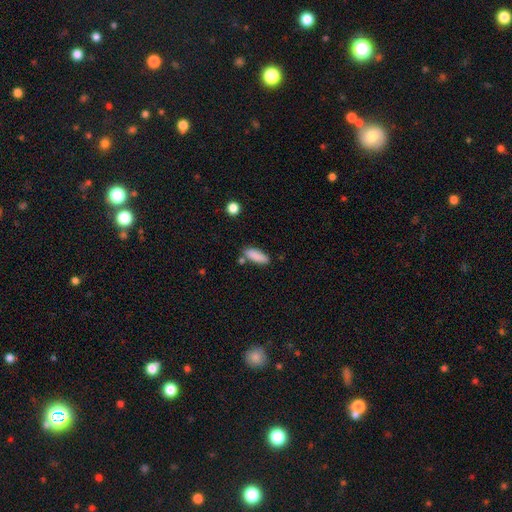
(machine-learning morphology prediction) Q: Smooth or featured?
A: smooth (87%); runner-up: star or artifact (7%)
Q: How rounded?
A: in between (62%); runner-up: cigar-shaped (36%)
Q: Merging?
A: none (76%); runner-up: minor disturbance (14%)